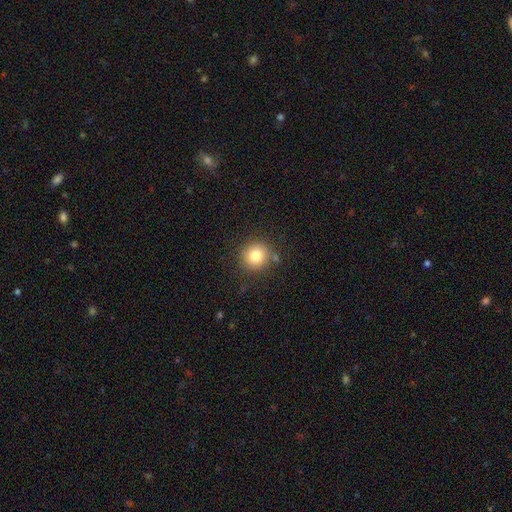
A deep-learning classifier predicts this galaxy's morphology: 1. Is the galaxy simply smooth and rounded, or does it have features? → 80% smooth, 11% star or artifact, 8% featured or disk.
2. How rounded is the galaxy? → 92% round, 7% in between, 1% cigar-shaped.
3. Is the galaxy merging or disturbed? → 84% none, 9% minor disturbance, 3% merger, 3% major disturbance.